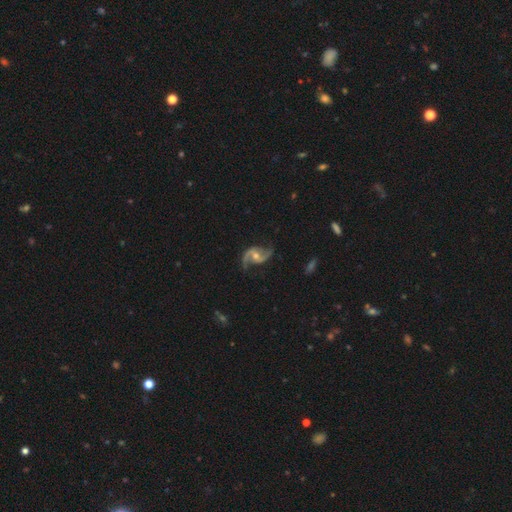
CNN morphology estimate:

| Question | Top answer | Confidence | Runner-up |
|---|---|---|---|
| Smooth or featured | featured or disk | 92% | star or artifact (4%) |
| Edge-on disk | no | 98% | yes (2%) |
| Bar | no | 51% | weak (37%) |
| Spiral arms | yes | 97% | no (3%) |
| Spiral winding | loose | 60% | medium (32%) |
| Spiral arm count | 2 | 94% | 1 (2%) |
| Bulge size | moderate | 62% | small (32%) |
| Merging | none | 77% | minor disturbance (15%) |